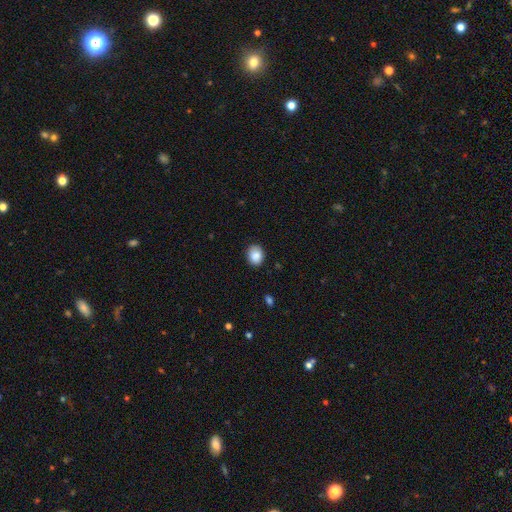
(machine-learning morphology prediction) A smooth galaxy with no disk features (88%) that is in between round and cigar-shaped (50%, tied with round). Merging: none (86%).